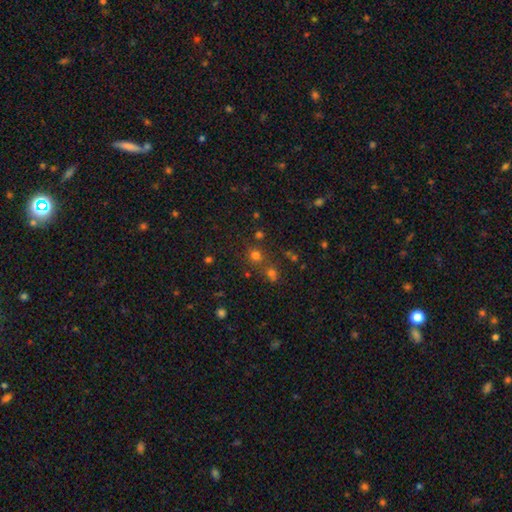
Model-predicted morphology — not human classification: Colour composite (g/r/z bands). It shows a smooth galaxy with no disk features (67%) that is round (88%). Merging: none (69%).